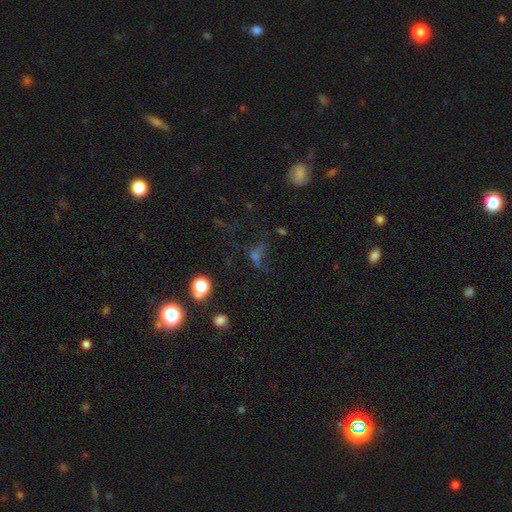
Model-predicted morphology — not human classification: A star or artifact, not a galaxy (42%).

Vote fractions:
- Smooth or featured? star or artifact: 42% / smooth: 31% / featured or disk: 27%